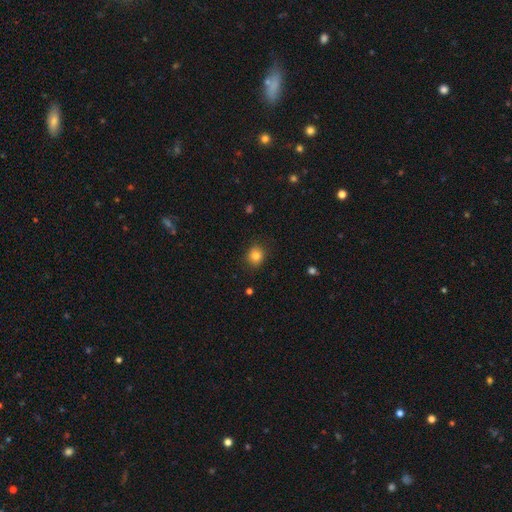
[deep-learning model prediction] Smooth or featured? smooth (83%)
How rounded? round (80%)
Merging? none (88%)